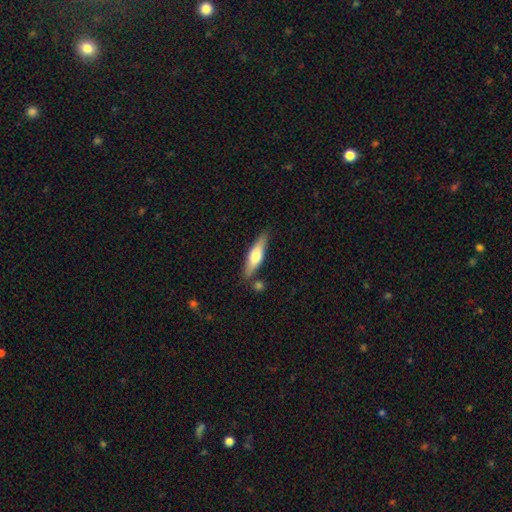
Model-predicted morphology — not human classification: This appears to be a smooth galaxy with no disk features (56%) that is cigar-shaped (66%). Merging: none (78%).